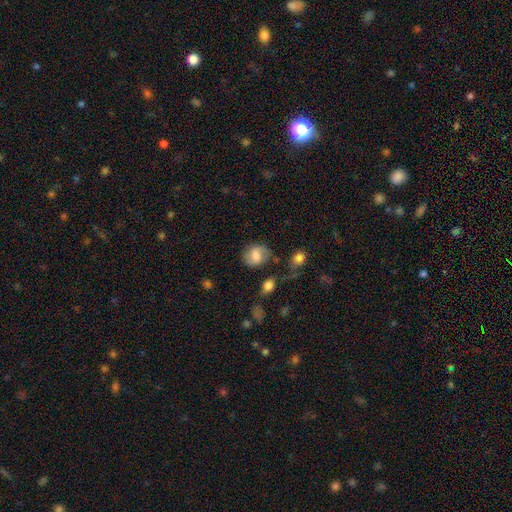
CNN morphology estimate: Q: Smooth or featured?
A: smooth (60%); runner-up: featured or disk (31%)
Q: How rounded?
A: round (57%); runner-up: in between (41%)
Q: Merging?
A: none (68%); runner-up: minor disturbance (19%)